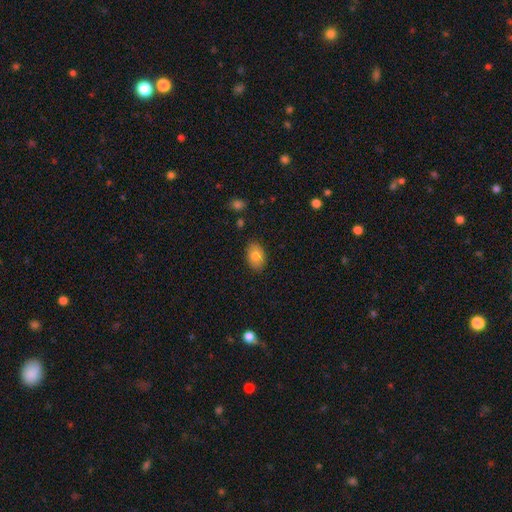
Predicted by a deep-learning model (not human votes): This is likely a smooth galaxy (79%). How rounded: clearly in between (85%). Merging: clearly none (86%).